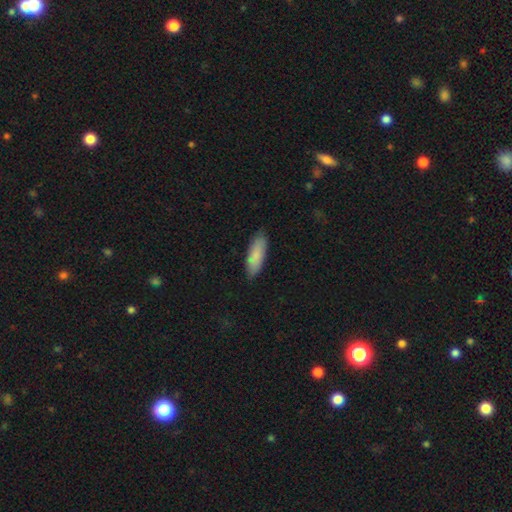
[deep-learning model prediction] Overall: smooth (84%). How rounded: in between (63%; cigar-shaped 35%). Merging: none (84%).